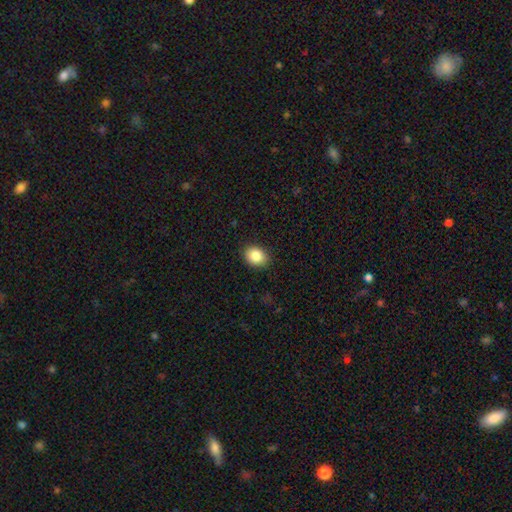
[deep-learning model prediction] Smooth or featured? Predicted: smooth (p=0.86). How rounded? Predicted: in between (p=0.55). Merging? Predicted: none (p=0.88).